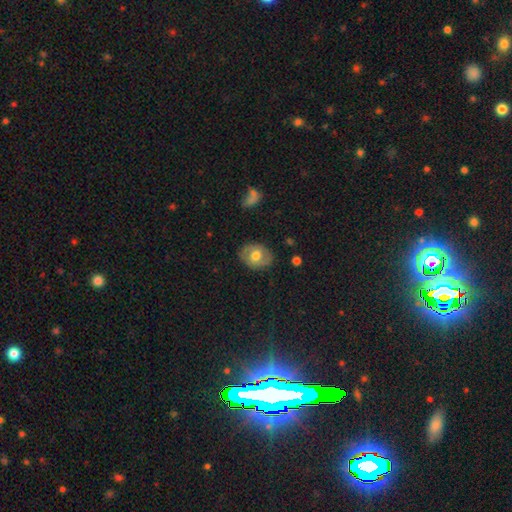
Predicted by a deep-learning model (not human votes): smooth-or-featured: smooth: 60% | featured or disk: 32% | star or artifact: 7%
  how-rounded: in between: 60% | round: 39% | cigar-shaped: 1%
  merging: none: 82% | minor disturbance: 13% | major disturbance: 3% | merger: 1%